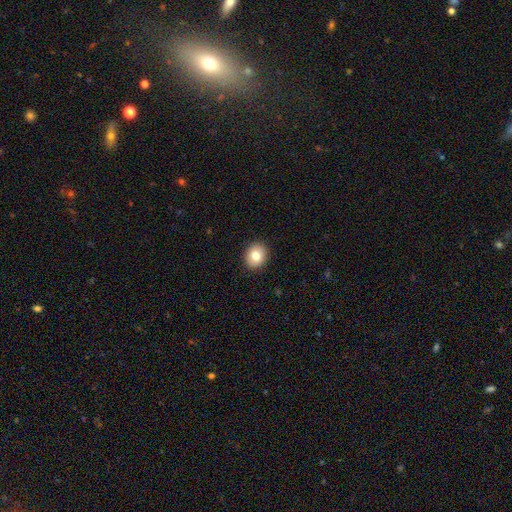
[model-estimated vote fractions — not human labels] A smooth galaxy with no disk features (80%) that is round (64%).

Vote fractions:
- Smooth or featured? smooth: 80% / featured or disk: 11% / star or artifact: 9%
- How rounded? round: 64% / in between: 36% / cigar-shaped: 1%
- Merging? none: 91% / minor disturbance: 6% / major disturbance: 2% / merger: 1%